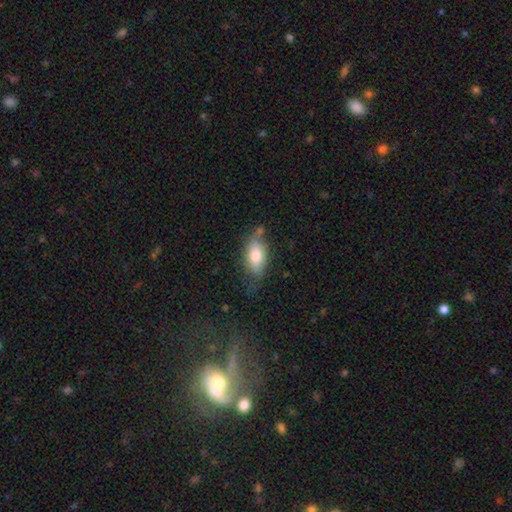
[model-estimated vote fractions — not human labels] This appears to be a smooth galaxy with no disk features (74%) that is in between round and cigar-shaped (88%). Merging: none (53%).